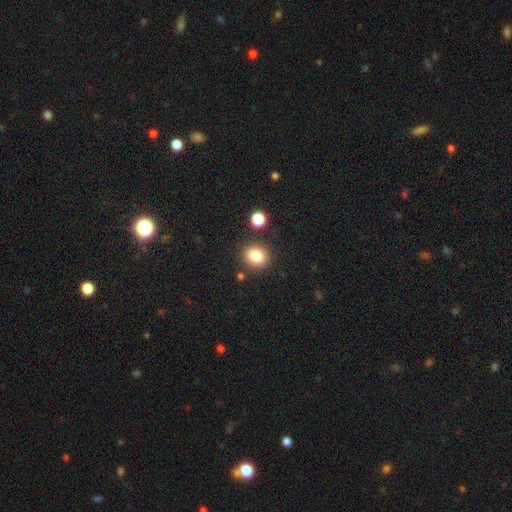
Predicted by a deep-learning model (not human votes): A smooth galaxy with no disk features (84%) that is round (65%).

Vote fractions:
- Smooth or featured? smooth: 84% / star or artifact: 10% / featured or disk: 6%
- How rounded? round: 65% / in between: 34% / cigar-shaped: 1%
- Merging? none: 81% / minor disturbance: 10% / merger: 6% / major disturbance: 3%